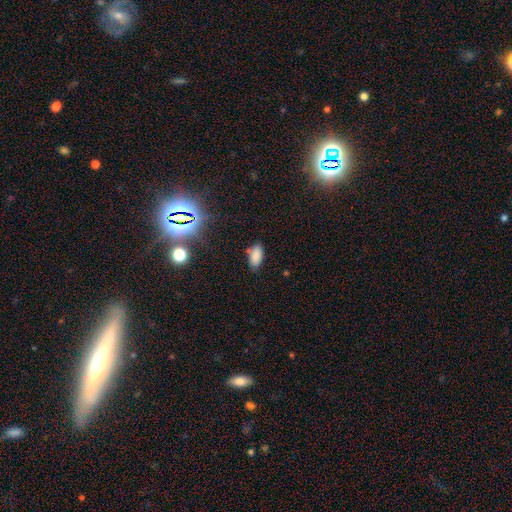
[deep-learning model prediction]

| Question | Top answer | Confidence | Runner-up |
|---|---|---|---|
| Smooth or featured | smooth | 81% | star or artifact (13%) |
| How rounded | in between | 91% | cigar-shaped (6%) |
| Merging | none | 74% | minor disturbance (18%) |